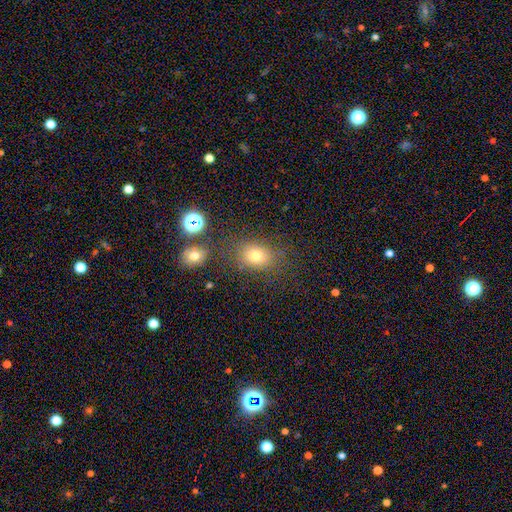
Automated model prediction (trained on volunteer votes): This is likely a smooth galaxy (74%). How rounded: possibly round (50%). Merging: likely none (76%).